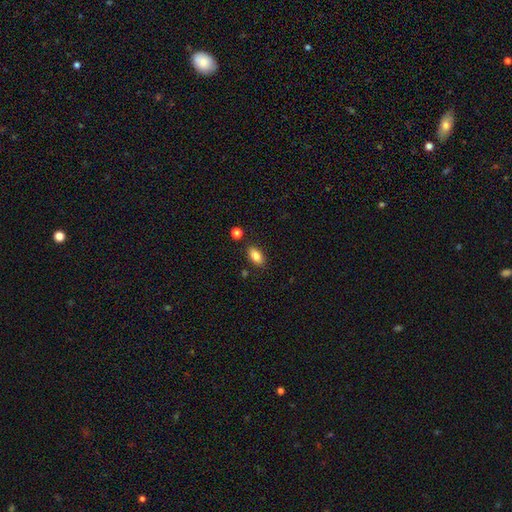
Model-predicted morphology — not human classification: Smooth or featured? Predicted: smooth (p=0.83). How rounded? Predicted: in between (p=0.89). Merging? Predicted: none (p=0.84).